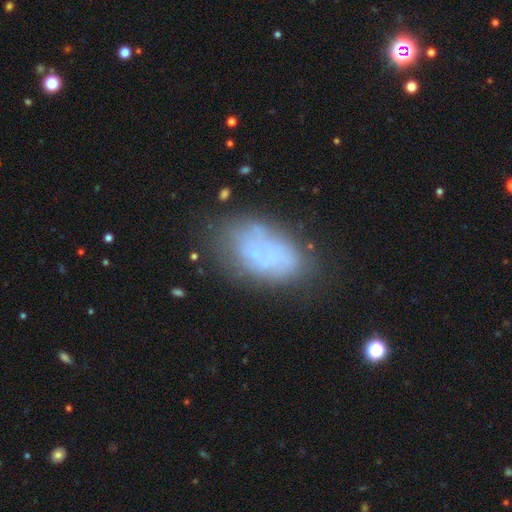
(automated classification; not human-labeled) A smooth galaxy with no disk features (44%).

Vote fractions:
- Smooth or featured? smooth: 44% / featured or disk: 42% / star or artifact: 13%
- Merging? none: 51% / minor disturbance: 24% / major disturbance: 16% / merger: 9%